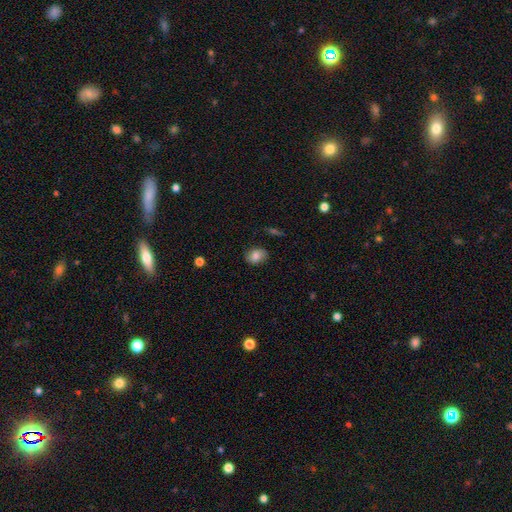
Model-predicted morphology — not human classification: This appears to be a smooth galaxy with no disk features (80%) that is in between round and cigar-shaped (64%). Merging: none (81%).